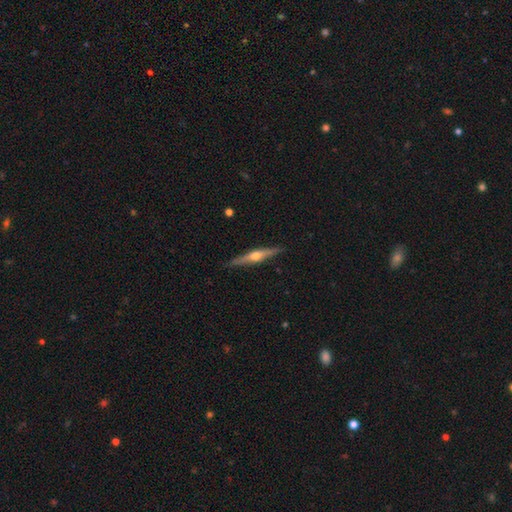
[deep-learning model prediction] Morphology: type=featured or disk (74%); edge-on=yes (98%); edge-on bulge=rounded (92%); merging=none (89%).